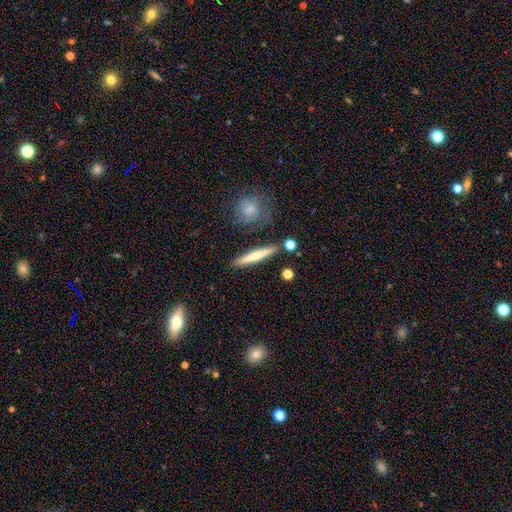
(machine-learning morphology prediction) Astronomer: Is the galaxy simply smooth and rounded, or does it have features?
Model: smooth — 53% (runner-up: featured or disk, 40%).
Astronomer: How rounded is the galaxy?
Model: cigar-shaped — 91%.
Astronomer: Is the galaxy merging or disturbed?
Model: none — 87%.